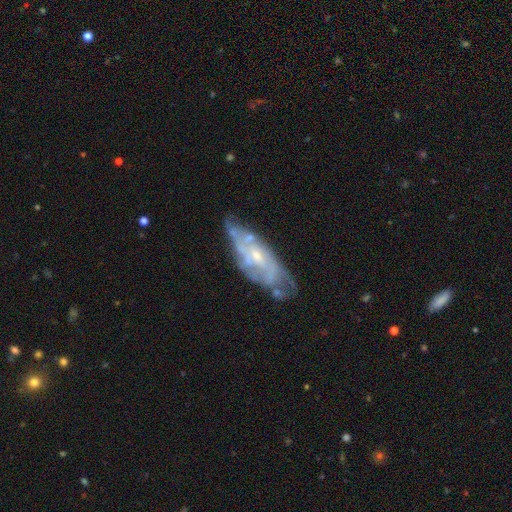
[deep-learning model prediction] Overall: featured or disk (77%). Edge-on disk: no (86%). Bar: no (62%; weak 31%). Spiral arms: yes (78%). Spiral arm count: can't tell (54%; 2 21%). Spiral winding: tight (48%; medium 37%). Bulge size: small (62%; moderate 32%). Merging: none (56%; minor disturbance 27%).